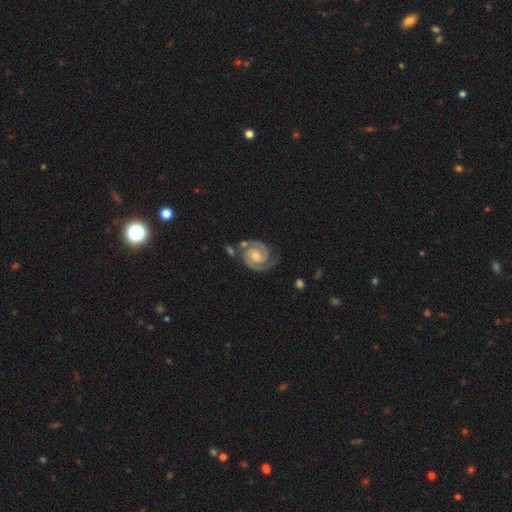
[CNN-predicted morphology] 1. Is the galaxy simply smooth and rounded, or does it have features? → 92% featured or disk, 4% star or artifact, 4% smooth.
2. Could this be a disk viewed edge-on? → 98% no, 2% yes.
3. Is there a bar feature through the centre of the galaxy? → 51% no, 36% weak, 13% strong.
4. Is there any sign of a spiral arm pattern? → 99% yes, 1% no.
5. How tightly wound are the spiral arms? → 66% tight, 31% medium, 3% loose.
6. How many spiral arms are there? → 92% 2, 3% 3, 2% can't tell, 1% 1, 1% 4, 1% more than 4.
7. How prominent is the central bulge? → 53% moderate, 36% small, 6% none, 4% large, 1% dominant.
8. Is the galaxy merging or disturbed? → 76% none, 14% minor disturbance, 6% merger, 4% major disturbance.